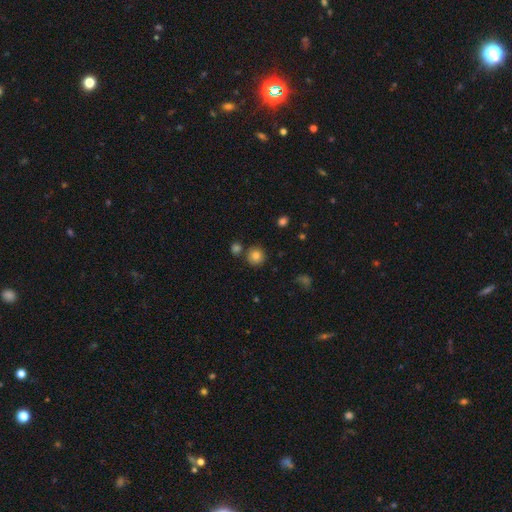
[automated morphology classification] A smooth galaxy with no disk features (83%) that is round (93%).

Vote fractions:
- Smooth or featured? smooth: 83% / star or artifact: 11% / featured or disk: 6%
- How rounded? round: 93% / in between: 7% / cigar-shaped: 1%
- Merging? none: 80% / merger: 10% / minor disturbance: 8% / major disturbance: 2%